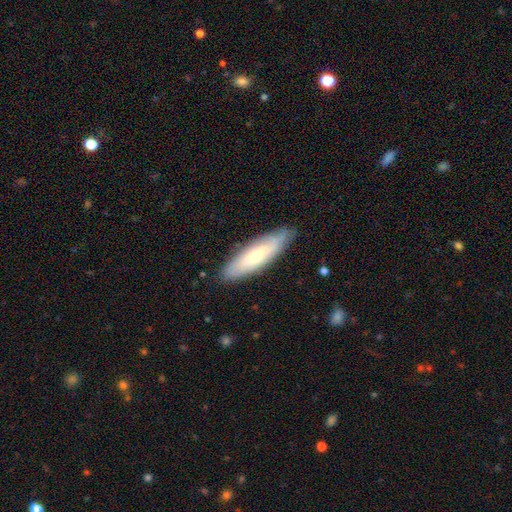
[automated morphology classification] Smooth or featured: smooth — 50% (featured or disk — 44%)
How rounded: cigar-shaped — 56% (in between — 42%)
Merging: none — 81% (minor disturbance — 15%)